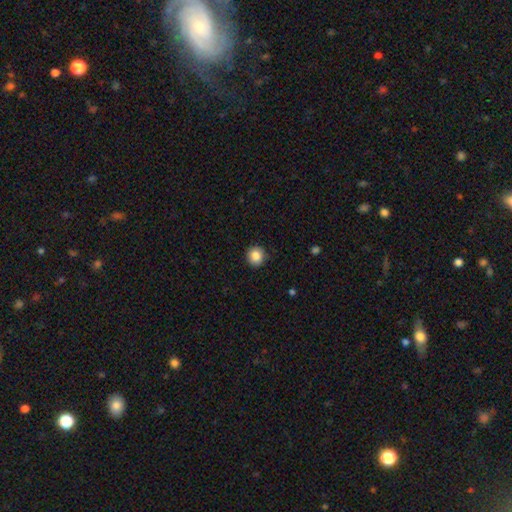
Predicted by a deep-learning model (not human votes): A smooth galaxy with no disk features (86%) that is round (89%).

Vote fractions:
- Smooth or featured? smooth: 86% / star or artifact: 9% / featured or disk: 4%
- How rounded? round: 89% / in between: 10% / cigar-shaped: 1%
- Merging? none: 89% / minor disturbance: 8% / major disturbance: 2% / merger: 1%